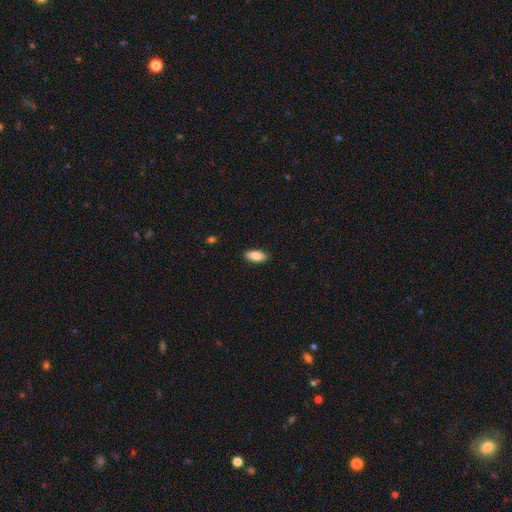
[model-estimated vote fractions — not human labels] Q: Smooth or featured?
A: smooth (86%); runner-up: featured or disk (7%)
Q: How rounded?
A: in between (87%); runner-up: cigar-shaped (11%)
Q: Merging?
A: none (90%); runner-up: minor disturbance (8%)